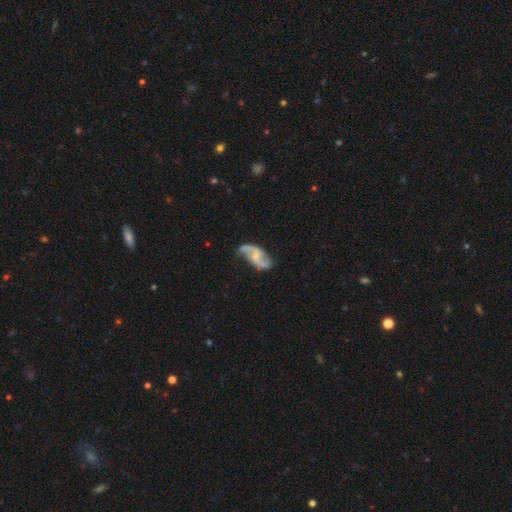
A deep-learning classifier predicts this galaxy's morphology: Overall: featured or disk (84%). Edge-on disk: no (97%). Bar: no (49%; weak 39%). Spiral arms: yes (94%). Spiral arm count: 2 (92%). Spiral winding: loose (66%; medium 26%). Bulge size: small (58%; moderate 30%). Merging: none (63%; minor disturbance 23%).